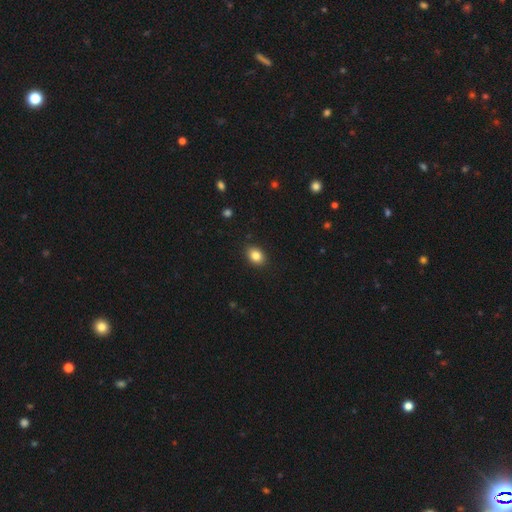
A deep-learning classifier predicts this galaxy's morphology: Smooth or featured? Predicted: smooth (p=0.85). How rounded? Predicted: in between (p=0.64). Merging? Predicted: none (p=0.89).